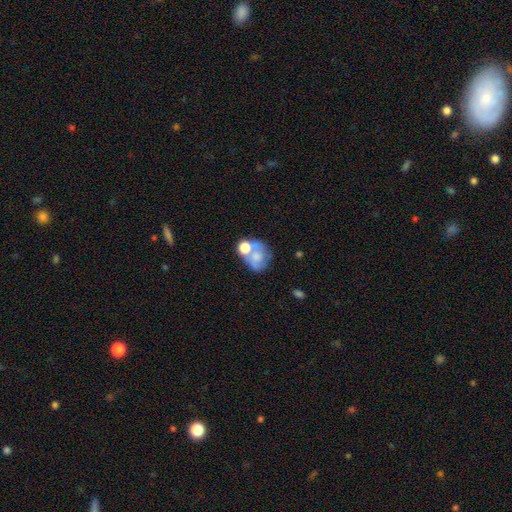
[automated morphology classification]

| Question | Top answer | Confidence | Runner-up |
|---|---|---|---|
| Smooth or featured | smooth | 47% | featured or disk (43%) |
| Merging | merger | 42% | none (29%) |